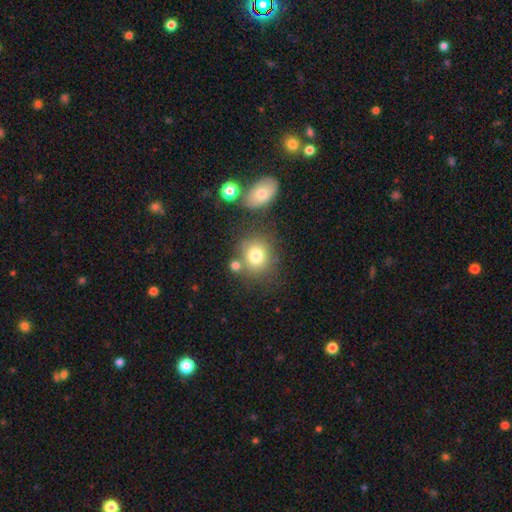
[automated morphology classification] Smooth or featured: smooth — 78% (star or artifact — 11%)
How rounded: round — 81% (in between — 18%)
Merging: none — 65% (merger — 17%)